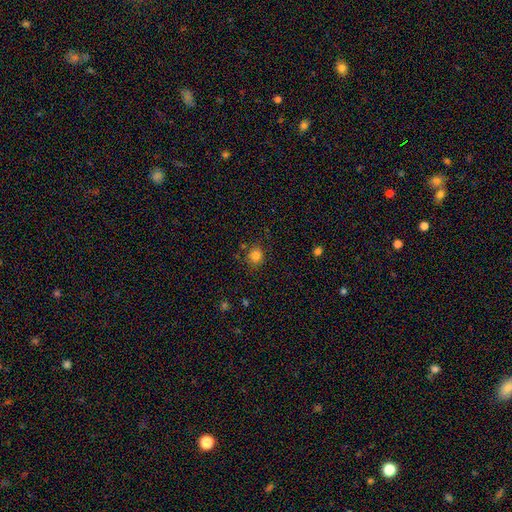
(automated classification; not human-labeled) smooth_or_featured: smooth (p=0.82) [alt: star or artifact p=0.13]
how_rounded: round (p=0.77) [alt: in between p=0.22]
merging: none (p=0.80) [alt: minor disturbance p=0.12]